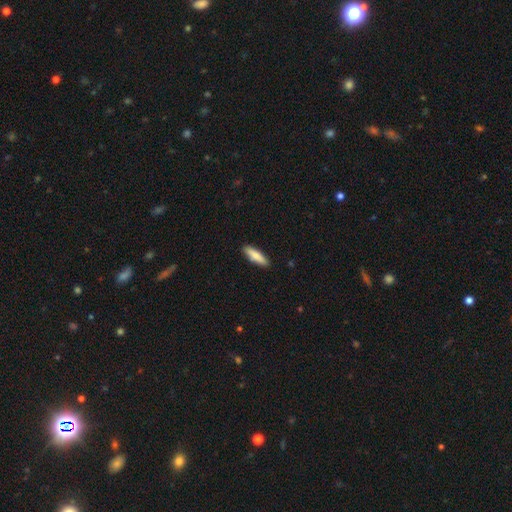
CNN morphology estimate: smooth_or_featured: smooth (p=0.80) [alt: featured or disk p=0.15]
how_rounded: cigar-shaped (p=0.69) [alt: in between p=0.29]
merging: none (p=0.89) [alt: minor disturbance p=0.08]